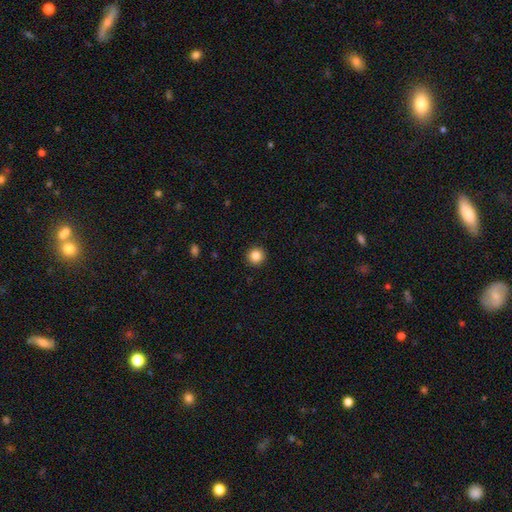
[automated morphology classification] Smooth or featured: smooth — 85% (star or artifact — 10%)
How rounded: round — 95% (in between — 4%)
Merging: none — 93% (minor disturbance — 5%)